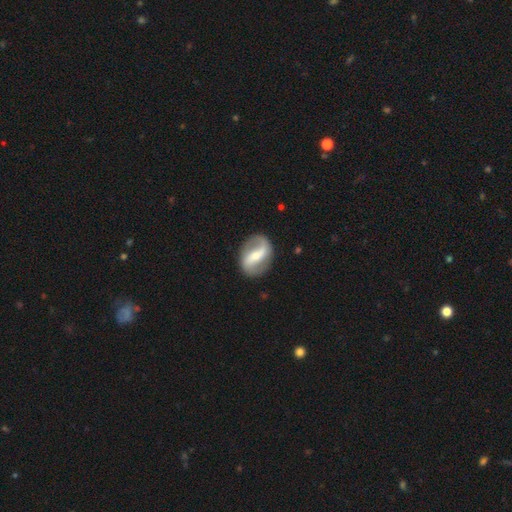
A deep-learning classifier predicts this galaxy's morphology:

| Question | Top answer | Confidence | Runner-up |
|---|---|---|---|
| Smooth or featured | featured or disk | 82% | smooth (14%) |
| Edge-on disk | no | 96% | yes (4%) |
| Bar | strong | 52% | weak (32%) |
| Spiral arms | yes | 90% | no (10%) |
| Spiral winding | loose | 56% | medium (32%) |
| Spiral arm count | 2 | 90% | 1 (4%) |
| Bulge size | small | 48% | moderate (42%) |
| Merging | none | 83% | minor disturbance (11%) |